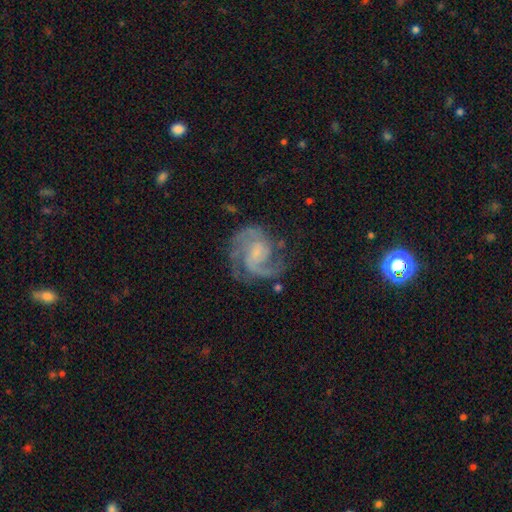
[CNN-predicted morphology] Smooth or featured? featured or disk (91%)
Edge-on disk? no (98%)
Bar? no (47%)
Spiral arms? yes (98%)
Spiral winding? medium (58%)
Spiral arm count? 2 (81%)
Bulge size? small (55%)
Merging? none (72%)